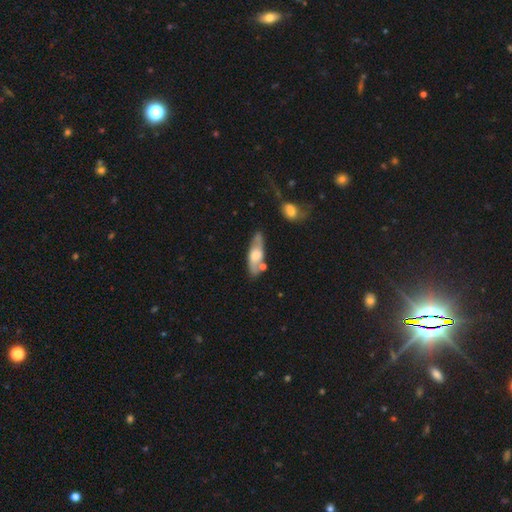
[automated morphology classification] This appears to be a featured or disk galaxy (49%). Merging: none (70%).